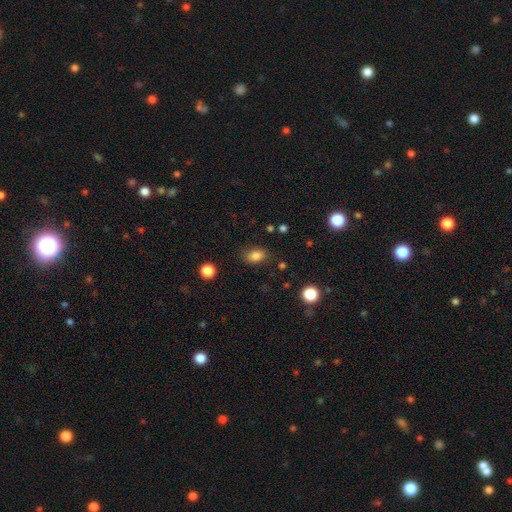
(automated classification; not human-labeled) This appears to be a smooth galaxy with no disk features (83%) that is in between round and cigar-shaped (81%). Merging: none (82%).